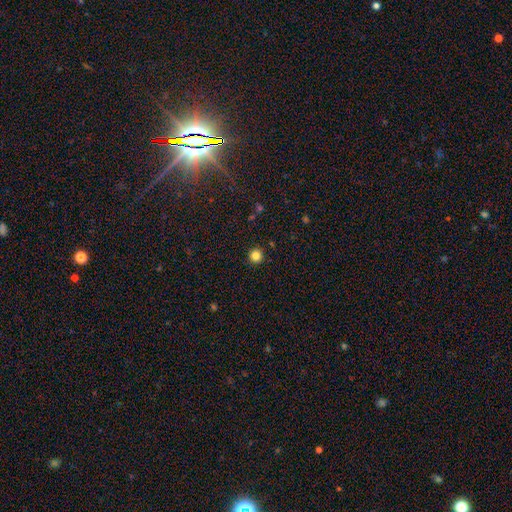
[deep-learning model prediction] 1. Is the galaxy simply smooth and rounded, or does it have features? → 83% smooth, 12% star or artifact, 4% featured or disk.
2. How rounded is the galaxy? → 94% round, 5% in between, 1% cigar-shaped.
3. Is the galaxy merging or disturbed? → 92% none, 5% minor disturbance, 2% major disturbance, 1% merger.